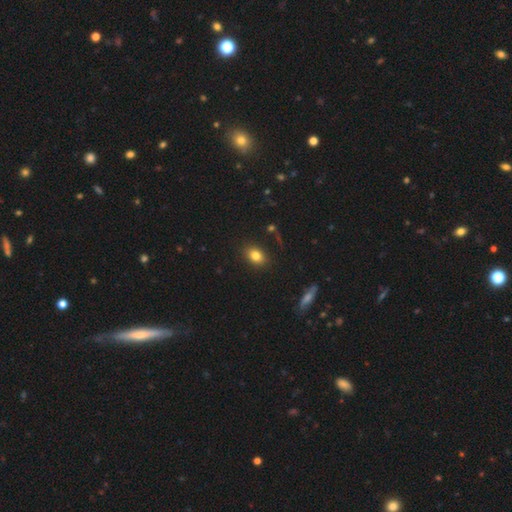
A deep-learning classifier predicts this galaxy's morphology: Q: Smooth or featured?
A: smooth (82%); runner-up: star or artifact (10%)
Q: How rounded?
A: in between (71%); runner-up: round (27%)
Q: Merging?
A: none (87%); runner-up: minor disturbance (9%)